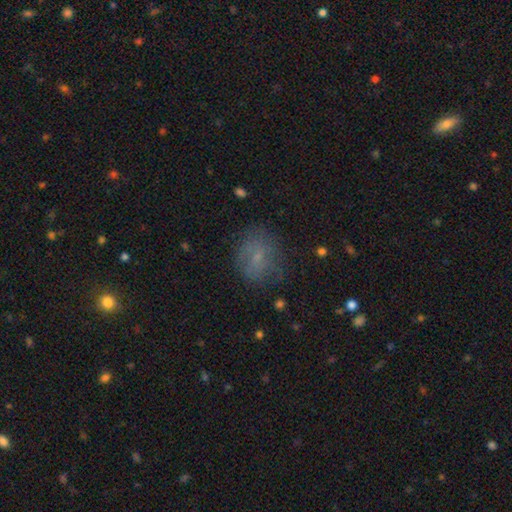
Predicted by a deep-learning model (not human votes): This appears to be a smooth galaxy with no disk features (57%) that is round (57%). Merging: none (73%).